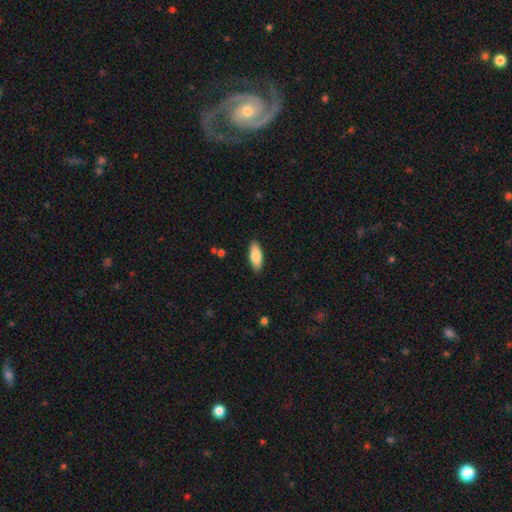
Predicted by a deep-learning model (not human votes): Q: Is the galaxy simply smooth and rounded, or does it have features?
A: smooth — 81%.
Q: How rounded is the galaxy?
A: in between — 73%.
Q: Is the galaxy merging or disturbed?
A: none — 89%.